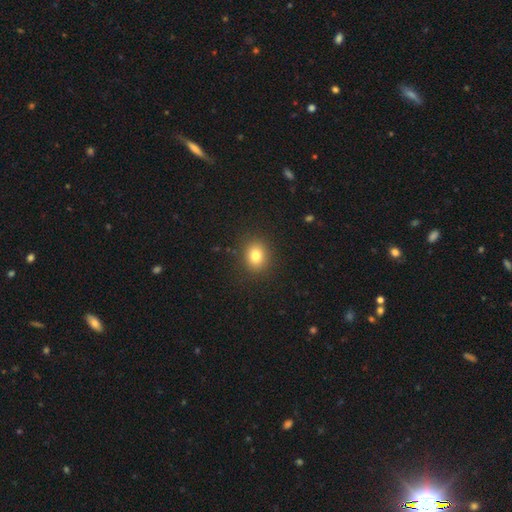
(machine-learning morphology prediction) type=smooth (80%); roundness=round (67%); merging=none (89%).